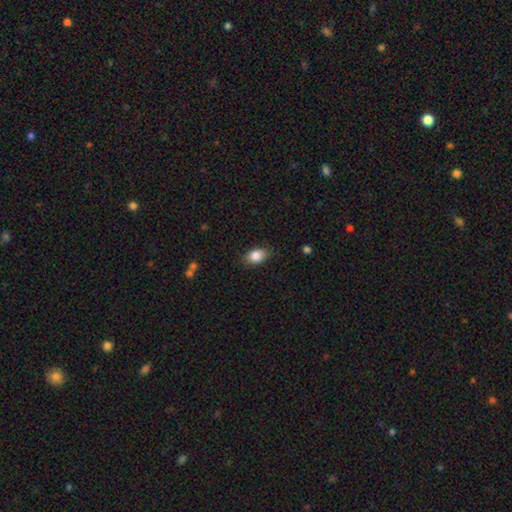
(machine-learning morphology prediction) Overall: smooth (85%). How rounded: in between (82%). Merging: none (83%).